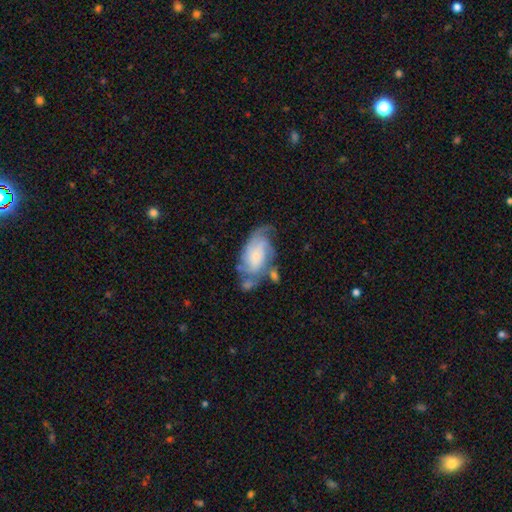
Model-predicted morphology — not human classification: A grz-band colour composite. It shows a featured or disk galaxy (68%) with no bar (70%), 2 (34%) tight (41%) spiral arms (89%) and a small central bulge (52%). Merging: none (44%).